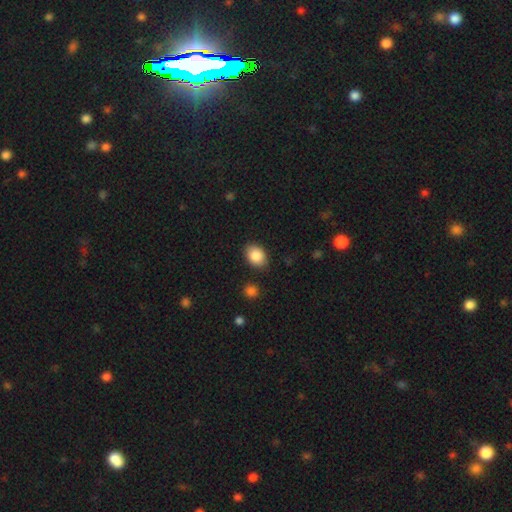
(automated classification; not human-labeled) This is clearly a smooth galaxy (87%). How rounded: likely in between (73%). Merging: clearly none (84%).